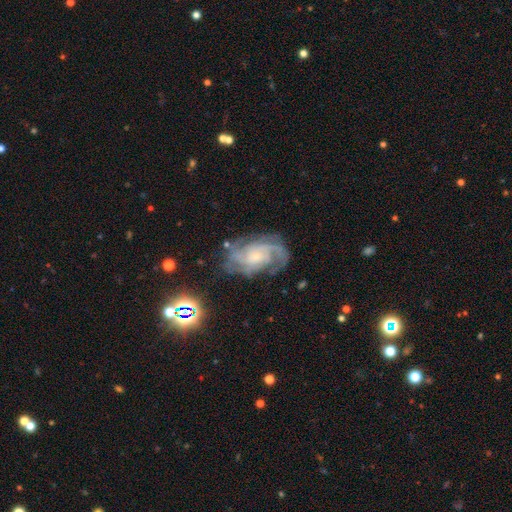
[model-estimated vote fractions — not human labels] This appears to be a featured or disk galaxy (85%) with no bar (65%), 3 (27%, tied with 2) tight (48%) spiral arms (97%) and a small central bulge (57%). Merging: none (69%).